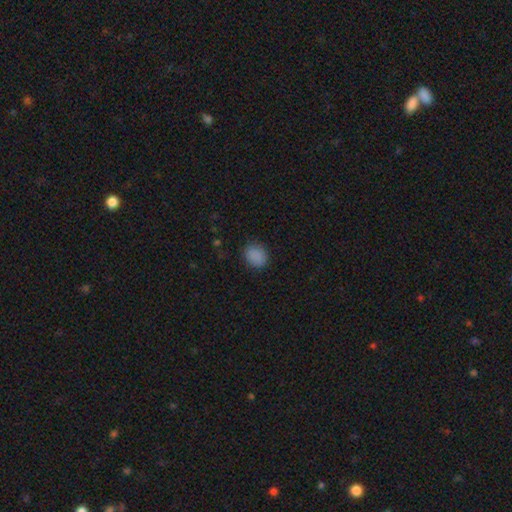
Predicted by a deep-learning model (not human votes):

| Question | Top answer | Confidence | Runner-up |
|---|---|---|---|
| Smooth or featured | smooth | 87% | star or artifact (10%) |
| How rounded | round | 58% | in between (41%) |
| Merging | none | 85% | minor disturbance (11%) |